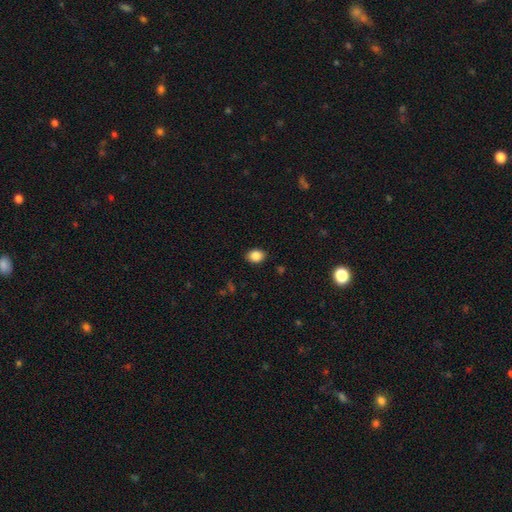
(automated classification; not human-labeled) smooth 87%, star or artifact 9%, featured or disk 4%. Down the decision tree: how rounded — in between (60%); merging — none (88%).